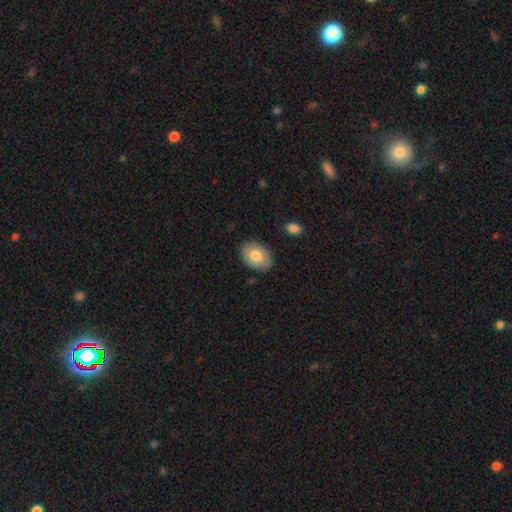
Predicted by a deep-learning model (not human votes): smooth-or-featured: smooth: 78% | featured or disk: 15% | star or artifact: 6%
  how-rounded: in between: 83% | round: 16% | cigar-shaped: 1%
  merging: none: 85% | minor disturbance: 11% | major disturbance: 2% | merger: 1%